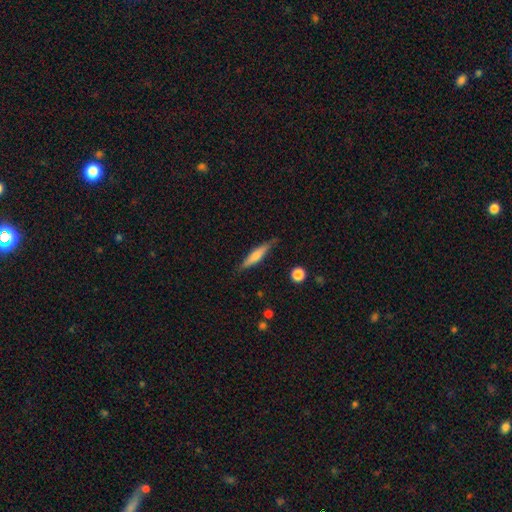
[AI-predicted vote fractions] smooth 56%, featured or disk 38%, star or artifact 6%. Down the decision tree: how rounded — cigar-shaped (84%); merging — none (82%).